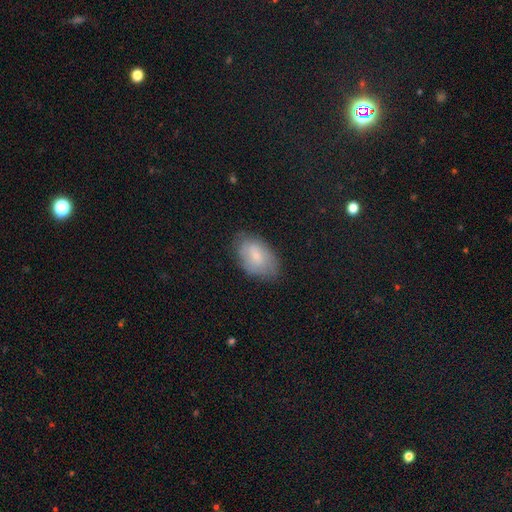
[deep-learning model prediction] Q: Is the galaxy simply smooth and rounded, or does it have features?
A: smooth — 60%.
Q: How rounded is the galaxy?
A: in between — 92%.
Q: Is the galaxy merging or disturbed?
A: none — 73%.